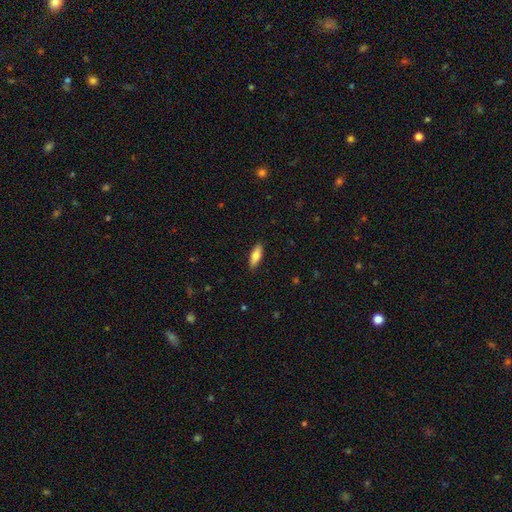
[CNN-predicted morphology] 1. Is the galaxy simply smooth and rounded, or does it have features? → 76% smooth, 17% featured or disk, 6% star or artifact.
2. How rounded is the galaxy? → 63% in between, 35% cigar-shaped, 2% round.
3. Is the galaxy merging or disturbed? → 88% none, 9% minor disturbance, 2% major disturbance, 1% merger.